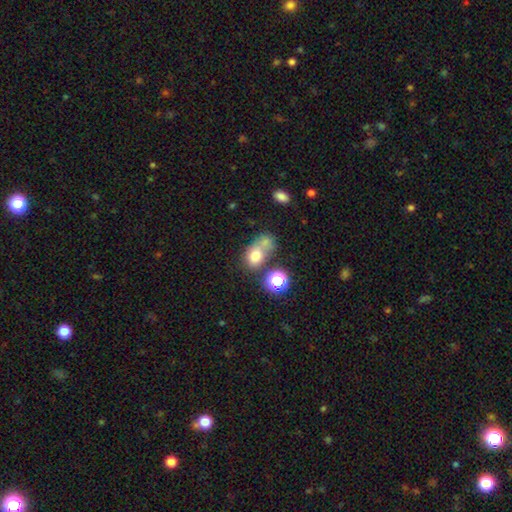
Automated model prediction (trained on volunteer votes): Smooth or featured: smooth — 71% (star or artifact — 14%)
How rounded: in between — 58% (round — 40%)
Merging: merger — 44% (none — 33%)